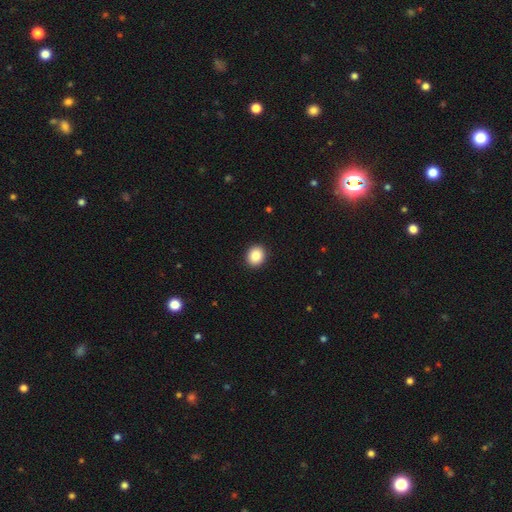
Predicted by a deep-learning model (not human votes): Overall: smooth (88%). How rounded: round (70%). Merging: none (92%).